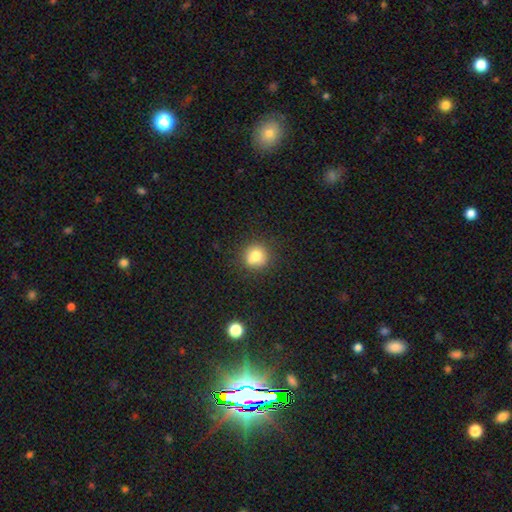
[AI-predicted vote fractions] smooth 76%, star or artifact 12%, featured or disk 12%. Down the decision tree: how rounded — round (88%); merging — none (69%).